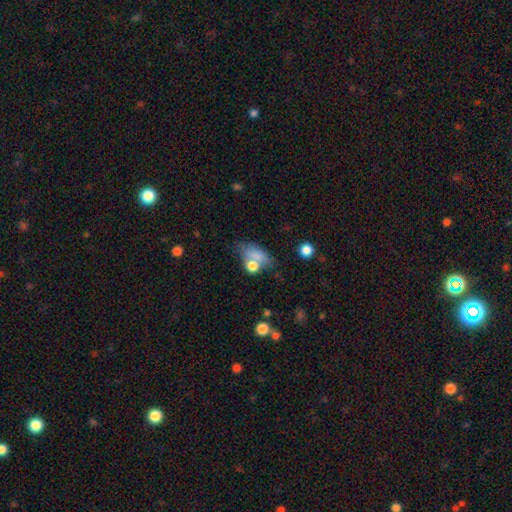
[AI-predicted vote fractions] This appears to be a smooth galaxy with no disk features (70%) that is in between round and cigar-shaped (75%). Merging: none (36%).